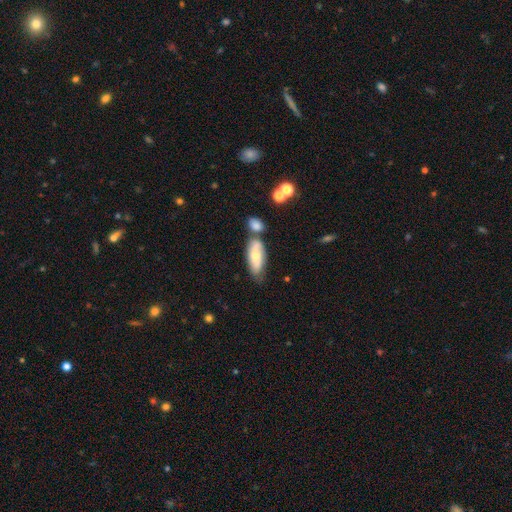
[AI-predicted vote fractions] smooth_or_featured: smooth (p=0.58) [alt: featured or disk p=0.35]
how_rounded: in between (p=0.77) [alt: cigar-shaped p=0.21]
merging: none (p=0.51) [alt: merger p=0.25]